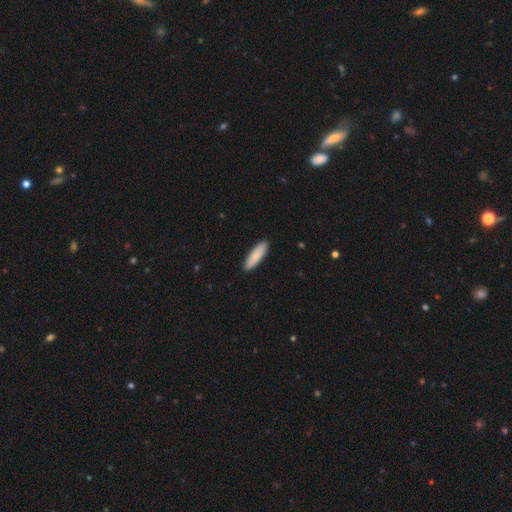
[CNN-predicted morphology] A smooth galaxy with no disk features (89%) that is cigar-shaped (57%).

Vote fractions:
- Smooth or featured? smooth: 89% / featured or disk: 6% / star or artifact: 5%
- How rounded? cigar-shaped: 57% / in between: 41% / round: 1%
- Merging? none: 91% / minor disturbance: 7% / major disturbance: 1% / merger: 1%